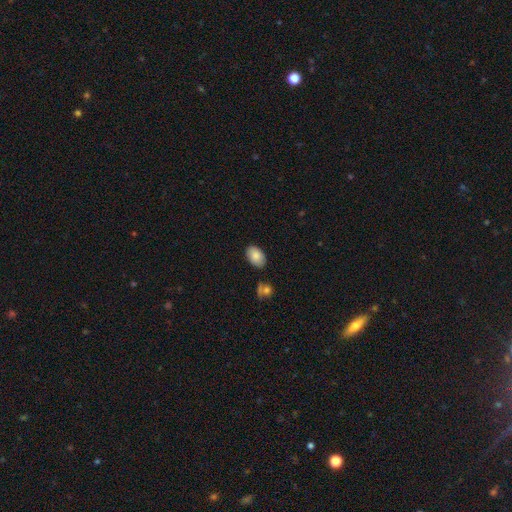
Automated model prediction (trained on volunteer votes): Smooth or featured: smooth — 85% (featured or disk — 8%)
How rounded: in between — 91% (round — 8%)
Merging: none — 81% (minor disturbance — 13%)